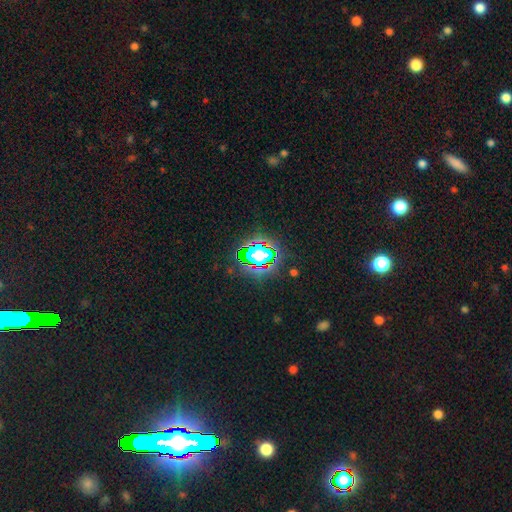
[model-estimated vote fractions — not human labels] star or artifact 81%, smooth 11%, featured or disk 8%.